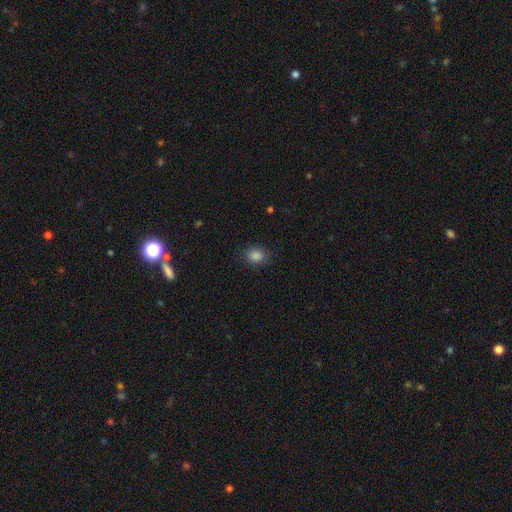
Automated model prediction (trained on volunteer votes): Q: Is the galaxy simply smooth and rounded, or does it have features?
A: smooth — 85%.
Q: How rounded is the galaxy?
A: in between — 50%.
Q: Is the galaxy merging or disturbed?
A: none — 85%.